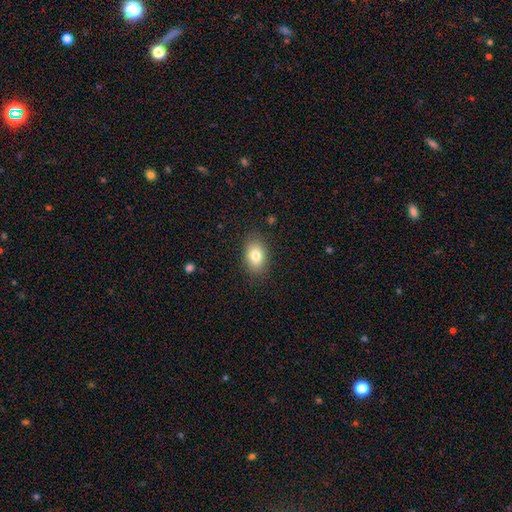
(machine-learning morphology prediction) Smooth or featured? Predicted: smooth (p=0.80). How rounded? Predicted: in between (p=0.80). Merging? Predicted: none (p=0.84).